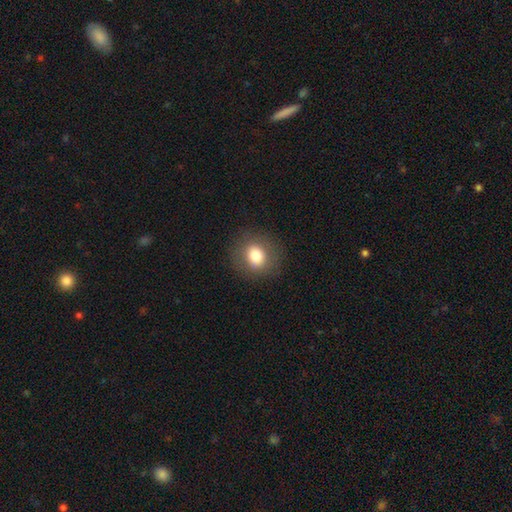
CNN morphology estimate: This is likely a smooth galaxy (78%). How rounded: likely round (74%). Merging: clearly none (87%).